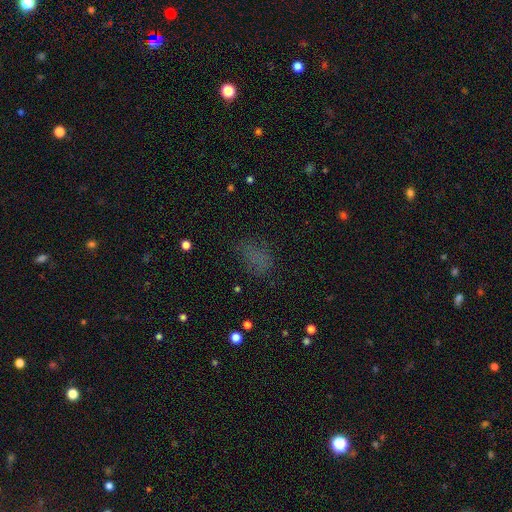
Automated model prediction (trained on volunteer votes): This appears to be a smooth galaxy with no disk features (62%) that is in between round and cigar-shaped (79%). Merging: none (65%).